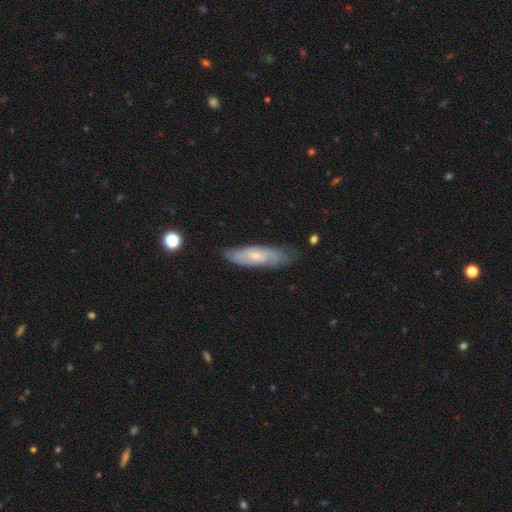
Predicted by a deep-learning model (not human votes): Smooth or featured? featured or disk (57%)
Edge-on disk? no (73%)
Merging? none (70%)